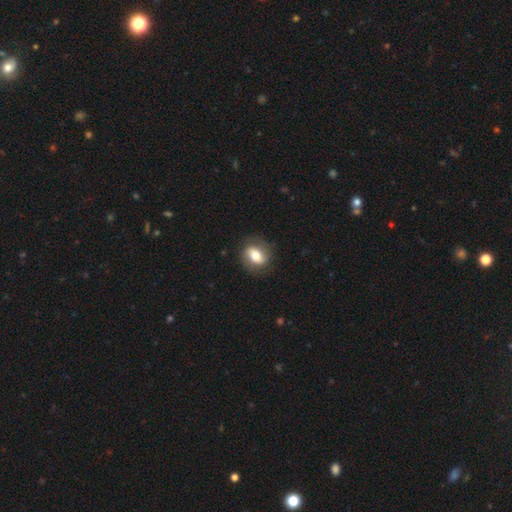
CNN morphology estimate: A smooth galaxy with no disk features (59%) that is in between round and cigar-shaped (59%).

Vote fractions:
- Smooth or featured? smooth: 59% / featured or disk: 33% / star or artifact: 8%
- How rounded? in between: 59% / round: 39% / cigar-shaped: 2%
- Merging? none: 81% / minor disturbance: 13% / major disturbance: 5% / merger: 1%